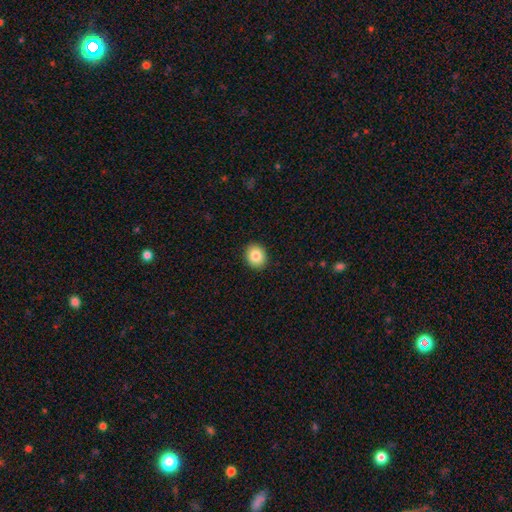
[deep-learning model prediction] A smooth galaxy with no disk features (85%) that is round (62%).

Vote fractions:
- Smooth or featured? smooth: 85% / star or artifact: 9% / featured or disk: 7%
- How rounded? round: 62% / in between: 37% / cigar-shaped: 1%
- Merging? none: 91% / minor disturbance: 6% / major disturbance: 2% / merger: 1%